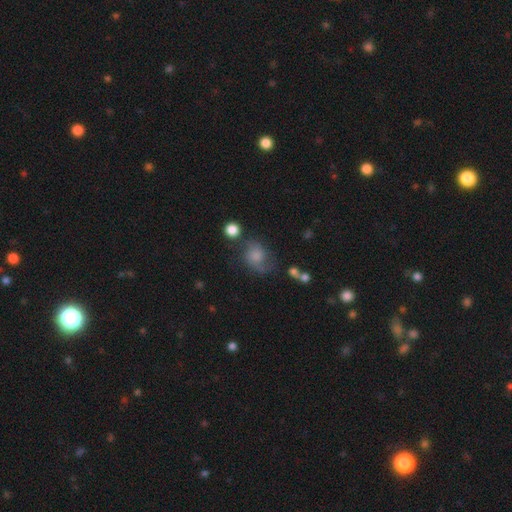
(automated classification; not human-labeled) smooth-or-featured: smooth: 51% | featured or disk: 37% | star or artifact: 12%
  how-rounded: round: 58% | in between: 40% | cigar-shaped: 1%
  merging: none: 45% | minor disturbance: 27% | major disturbance: 22% | merger: 7%